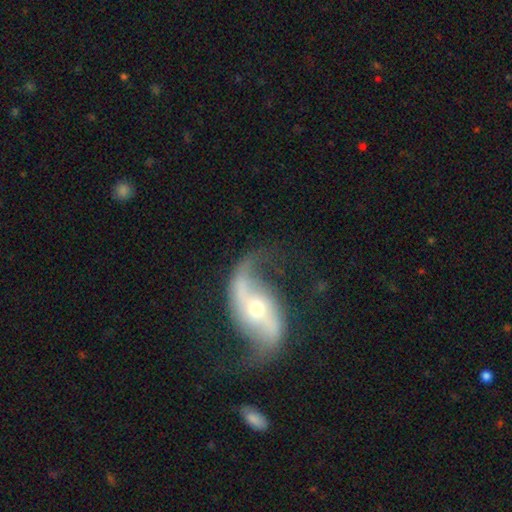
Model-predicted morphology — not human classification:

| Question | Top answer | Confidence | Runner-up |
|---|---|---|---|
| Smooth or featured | featured or disk | 90% | star or artifact (5%) |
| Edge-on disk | no | 96% | yes (4%) |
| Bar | no | 43% | strong (29%) |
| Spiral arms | yes | 96% | no (4%) |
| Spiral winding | loose | 73% | medium (21%) |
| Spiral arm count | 2 | 93% | 1 (2%) |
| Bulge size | moderate | 52% | small (42%) |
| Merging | none | 71% | minor disturbance (15%) |